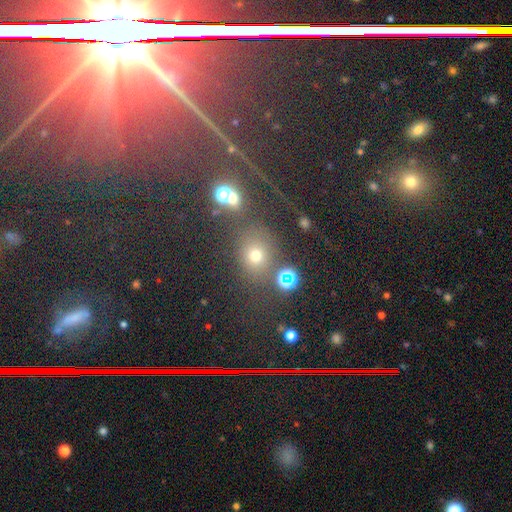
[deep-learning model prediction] Smooth or featured?
  - star or artifact: 47% *
  - smooth: 43%
  - featured or disk: 10%